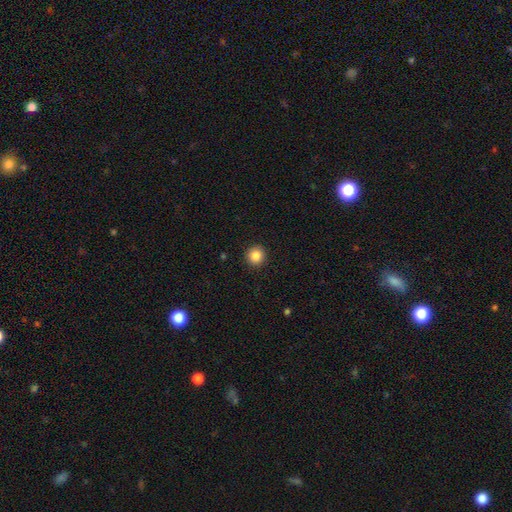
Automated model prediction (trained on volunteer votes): Morphology: type=smooth (87%); roundness=round (94%); merging=none (93%).